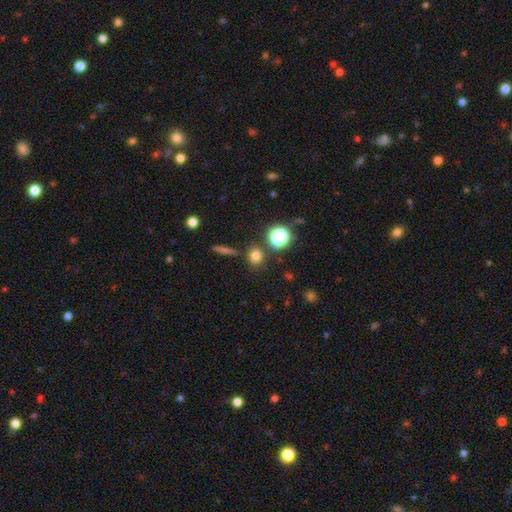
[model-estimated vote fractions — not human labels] The model was most divided on "smooth or featured": smooth: 75%, star or artifact: 18%, featured or disk: 7%. More confident: merging — none (82%); how rounded — round (79%).